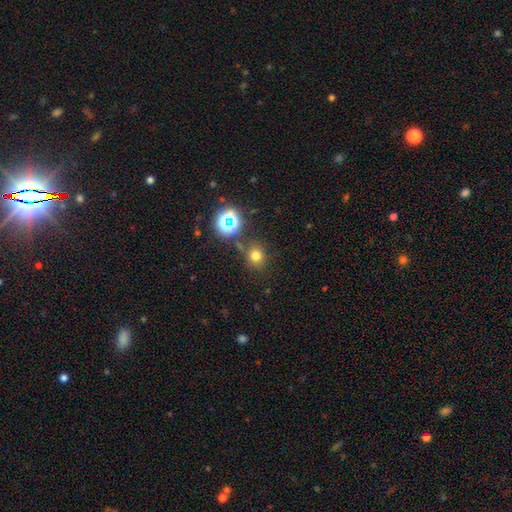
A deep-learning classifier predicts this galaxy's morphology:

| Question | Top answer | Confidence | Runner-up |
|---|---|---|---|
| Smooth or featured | smooth | 70% | star or artifact (23%) |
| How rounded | round | 84% | in between (15%) |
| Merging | none | 78% | minor disturbance (10%) |